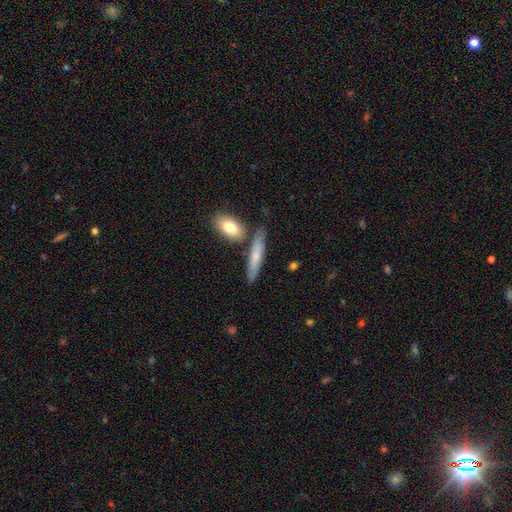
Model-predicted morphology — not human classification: Smooth or featured: smooth — 65% (featured or disk — 29%)
How rounded: cigar-shaped — 82% (in between — 16%)
Merging: none — 75% (minor disturbance — 13%)